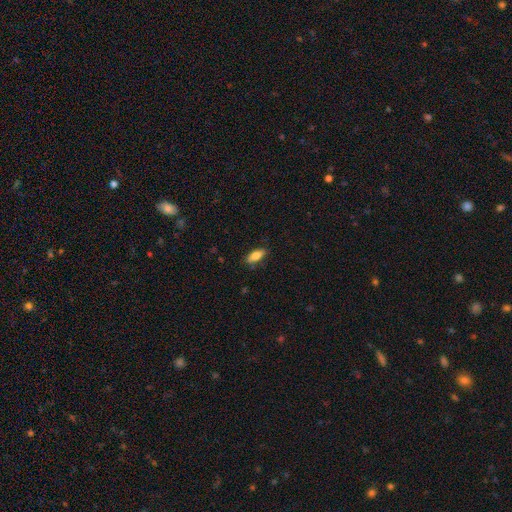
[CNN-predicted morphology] Smooth or featured: smooth — 79% (featured or disk — 14%)
How rounded: in between — 73% (cigar-shaped — 25%)
Merging: none — 84% (minor disturbance — 12%)